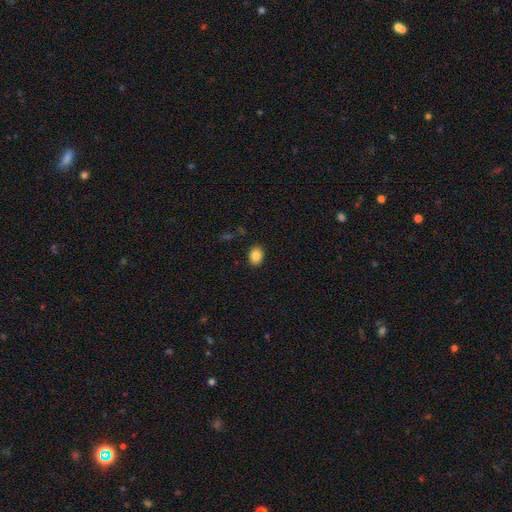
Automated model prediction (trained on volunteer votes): smooth_or_featured: smooth (p=0.86) [alt: star or artifact p=0.09]
how_rounded: in between (p=0.61) [alt: round p=0.38]
merging: none (p=0.90) [alt: minor disturbance p=0.07]